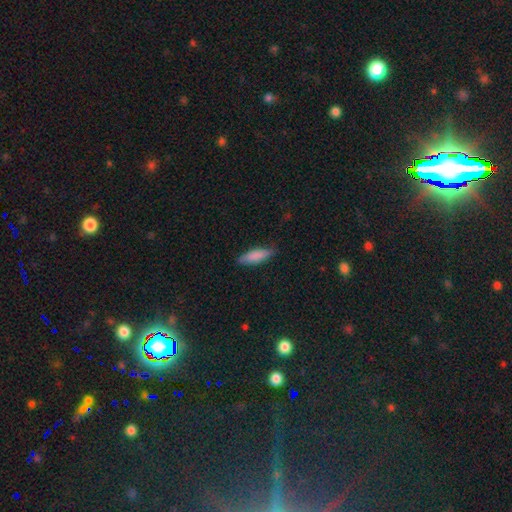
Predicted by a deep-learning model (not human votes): A smooth galaxy with no disk features (82%) that is cigar-shaped (54%). Merging: none (81%).